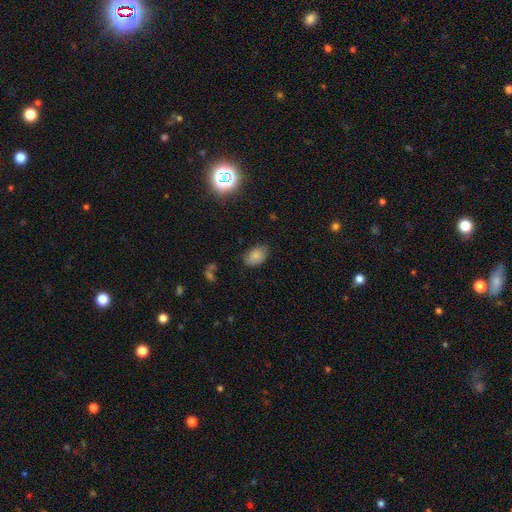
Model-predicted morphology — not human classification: This appears to be a smooth galaxy with no disk features (79%) that is in between round and cigar-shaped (86%). Merging: none (74%).